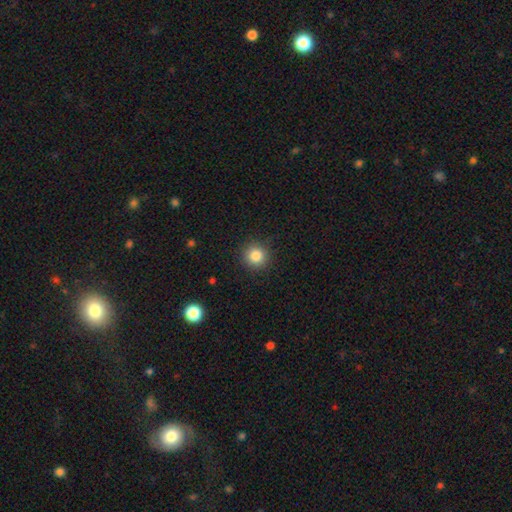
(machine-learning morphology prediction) smooth 84%, star or artifact 11%, featured or disk 5%. Down the decision tree: how rounded — round (94%); merging — none (90%).